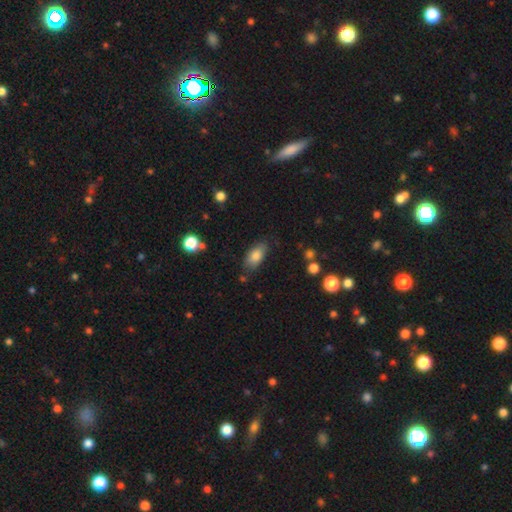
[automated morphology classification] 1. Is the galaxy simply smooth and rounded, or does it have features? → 81% smooth, 12% featured or disk, 7% star or artifact.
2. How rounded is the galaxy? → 89% in between, 7% cigar-shaped, 4% round.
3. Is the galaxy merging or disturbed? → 77% none, 17% minor disturbance, 4% major disturbance, 3% merger.